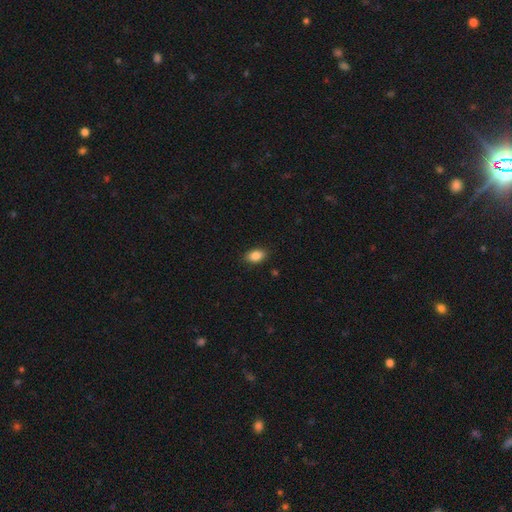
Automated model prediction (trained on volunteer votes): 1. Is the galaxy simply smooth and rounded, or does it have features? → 87% smooth, 8% star or artifact, 5% featured or disk.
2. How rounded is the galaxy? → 90% in between, 8% round, 2% cigar-shaped.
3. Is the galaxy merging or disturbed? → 88% none, 9% minor disturbance, 2% major disturbance, 1% merger.